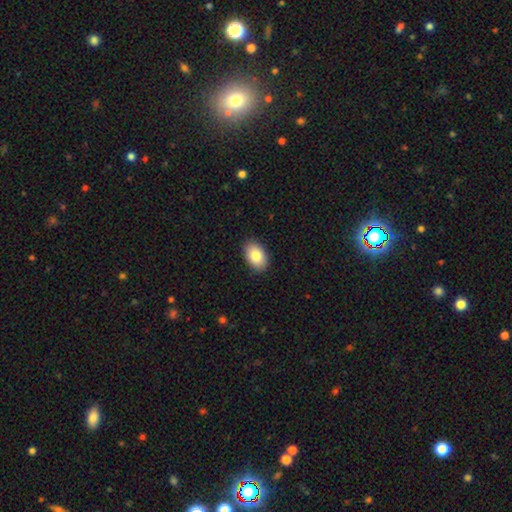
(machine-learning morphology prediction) Smooth or featured? Predicted: smooth (p=0.83). How rounded? Predicted: in between (p=0.89). Merging? Predicted: none (p=0.90).